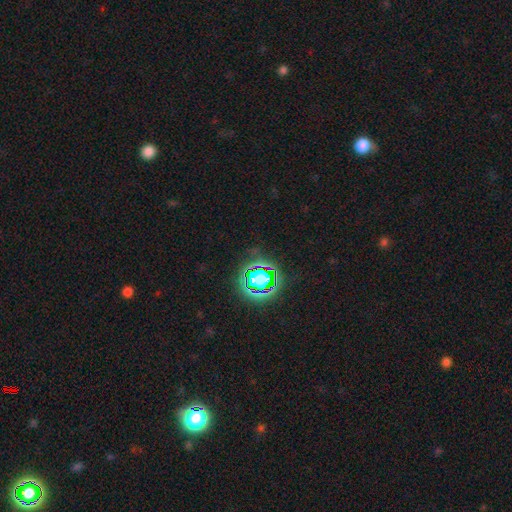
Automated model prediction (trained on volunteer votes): A star or artifact, not a galaxy (78%).

Vote fractions:
- Smooth or featured? star or artifact: 78% / smooth: 14% / featured or disk: 8%